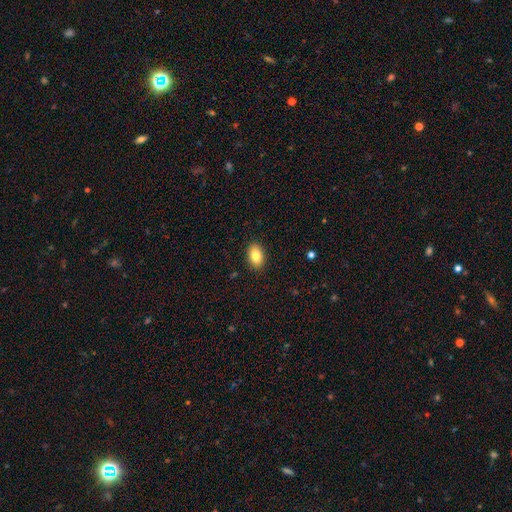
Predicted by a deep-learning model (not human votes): smooth-or-featured: smooth: 84% | featured or disk: 8% | star or artifact: 8%
  how-rounded: in between: 88% | round: 11% | cigar-shaped: 1%
  merging: none: 90% | minor disturbance: 7% | major disturbance: 2% | merger: 1%